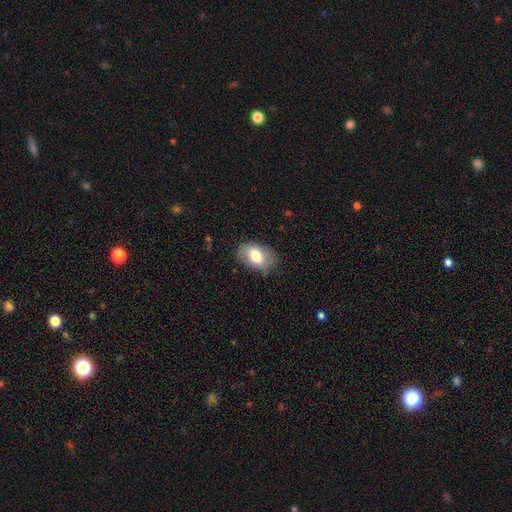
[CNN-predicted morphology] The model was most divided on "smooth or featured": smooth: 75%, featured or disk: 17%, star or artifact: 7%. More confident: how rounded — in between (89%); merging — none (77%).